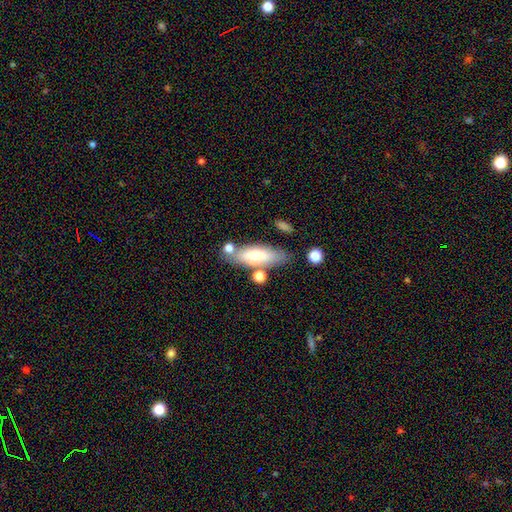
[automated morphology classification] Smooth or featured? smooth (65%)
How rounded? in between (55%)
Merging? none (70%)